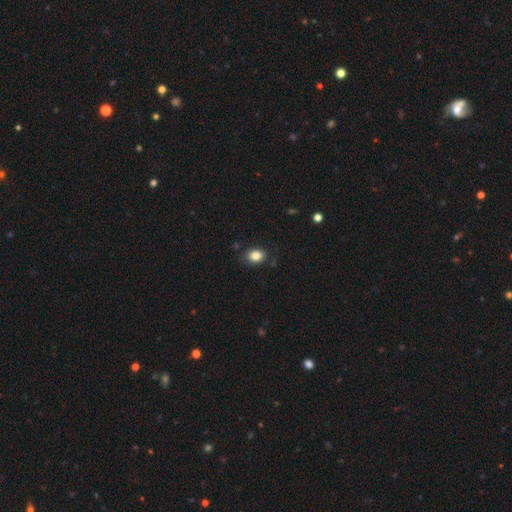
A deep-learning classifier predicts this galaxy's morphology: smooth-or-featured: smooth: 85% | star or artifact: 9% | featured or disk: 6%
  how-rounded: in between: 65% | round: 34% | cigar-shaped: 1%
  merging: none: 81% | minor disturbance: 14% | major disturbance: 3% | merger: 1%